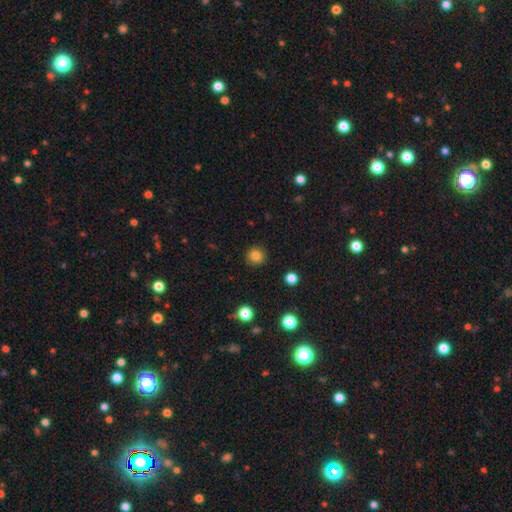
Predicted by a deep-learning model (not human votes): The model was most divided on "smooth or featured": smooth: 83%, star or artifact: 12%, featured or disk: 5%. More confident: how rounded — round (93%); merging — none (91%).